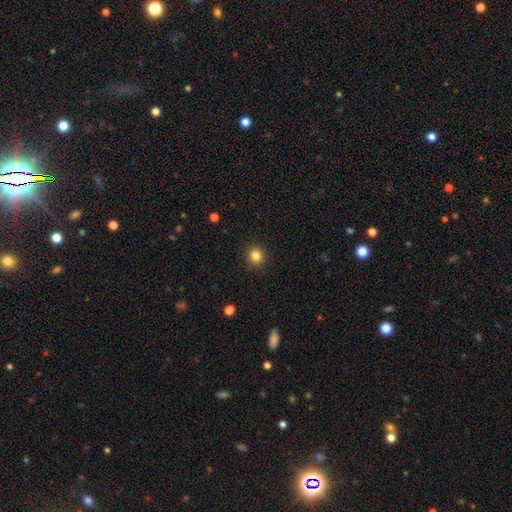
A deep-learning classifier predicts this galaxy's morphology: Smooth or featured? smooth (84%)
How rounded? round (91%)
Merging? none (90%)